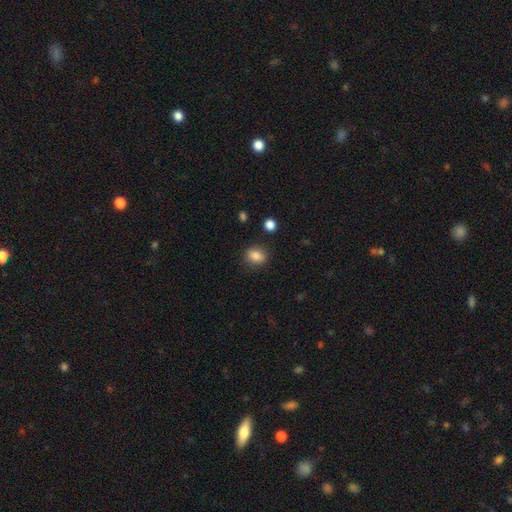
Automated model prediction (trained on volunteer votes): The model was most divided on "how rounded": in between: 55%, round: 44%, cigar-shaped: 2%. More confident: merging — none (86%); smooth or featured — smooth (85%).